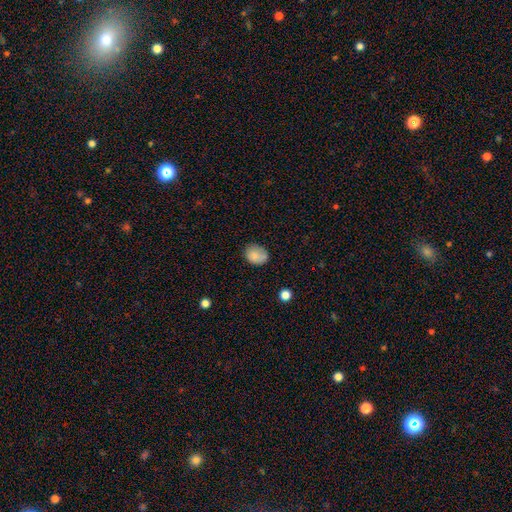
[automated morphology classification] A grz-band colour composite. It shows a smooth galaxy with no disk features (82%) that is in between round and cigar-shaped (53%). Merging: none (66%).